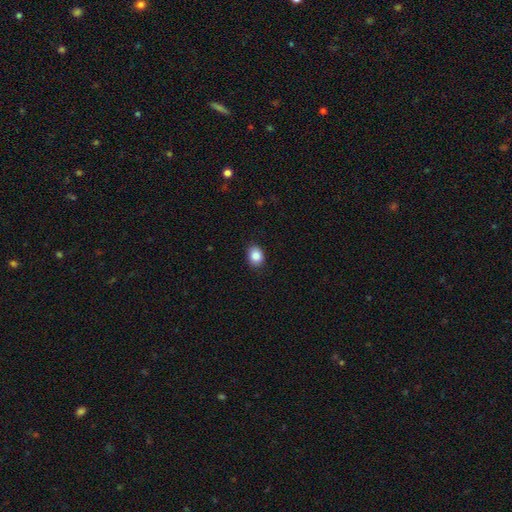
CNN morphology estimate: A smooth galaxy with no disk features (87%) that is in between round and cigar-shaped (60%). Merging: none (88%).